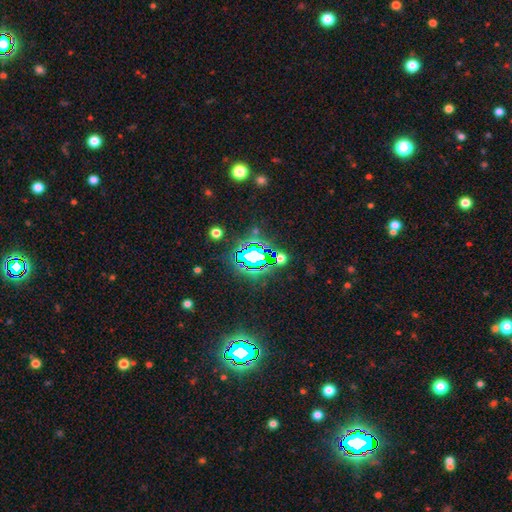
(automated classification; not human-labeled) This is likely a star or artifact rather than a galaxy (73%).